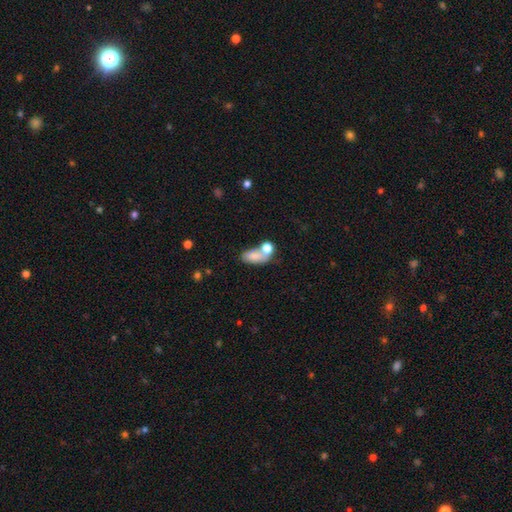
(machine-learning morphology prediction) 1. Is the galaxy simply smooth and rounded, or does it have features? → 74% smooth, 16% featured or disk, 10% star or artifact.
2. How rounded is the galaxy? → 86% in between, 9% round, 5% cigar-shaped.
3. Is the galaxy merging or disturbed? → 40% merger, 35% none, 16% minor disturbance, 9% major disturbance.